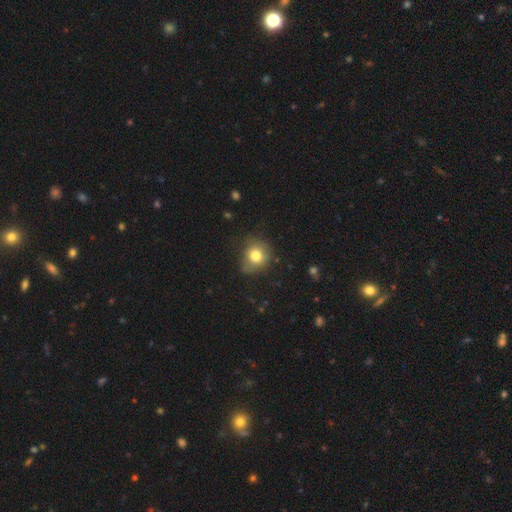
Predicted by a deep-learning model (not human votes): Smooth or featured? smooth (79%)
How rounded? round (79%)
Merging? none (68%)